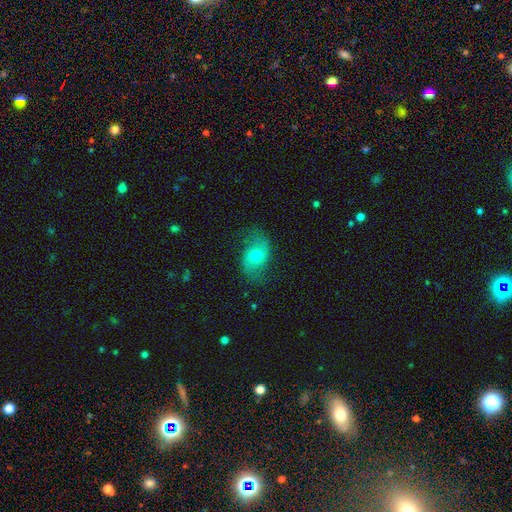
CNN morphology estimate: featured or disk 48%, smooth 42%, star or artifact 9%. Down the decision tree: merging — none (71%).